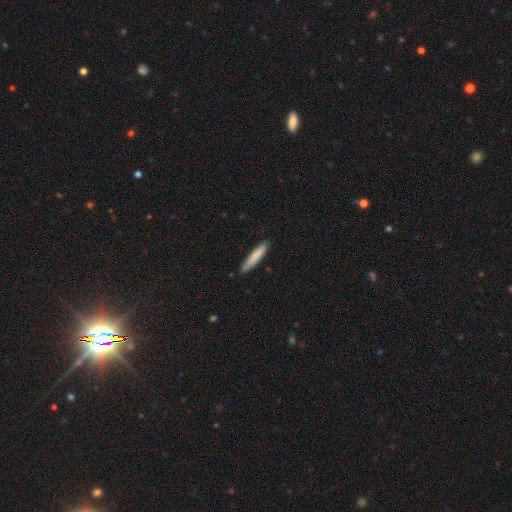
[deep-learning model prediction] smooth 81%, featured or disk 14%, star or artifact 6%. Down the decision tree: how rounded — cigar-shaped (90%); merging — none (85%).